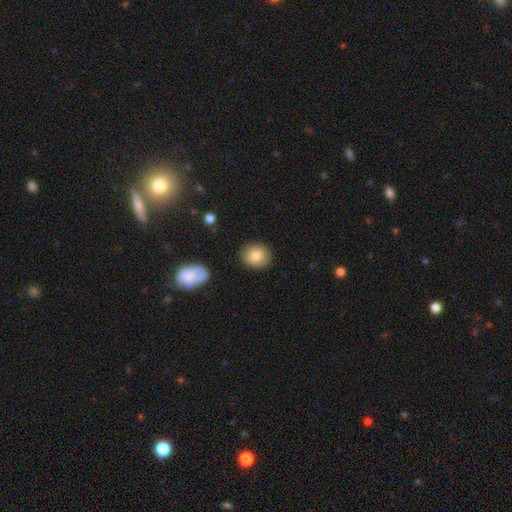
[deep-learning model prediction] The model was most divided on "how rounded": round: 73%, in between: 26%, cigar-shaped: 1%. More confident: merging — none (88%); smooth or featured — smooth (83%).